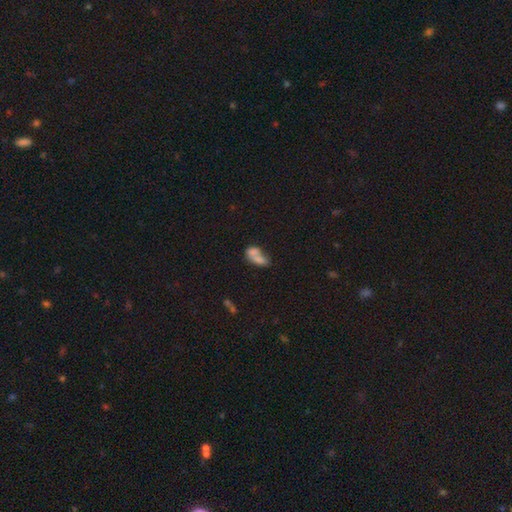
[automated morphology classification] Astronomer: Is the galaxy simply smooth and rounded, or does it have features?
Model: smooth — 67%.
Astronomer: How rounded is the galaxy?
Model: in between — 81%.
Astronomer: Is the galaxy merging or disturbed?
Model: merger — 60%.